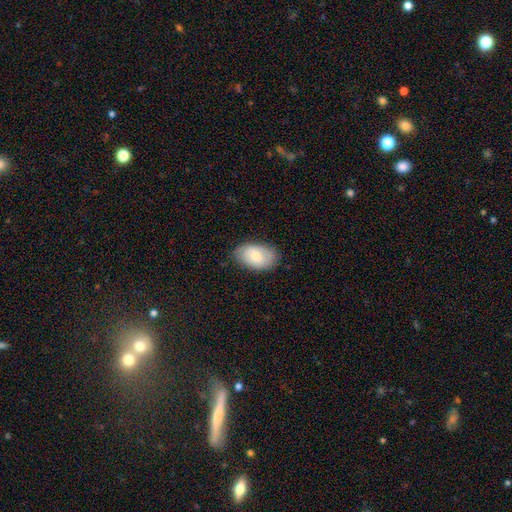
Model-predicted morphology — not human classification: This appears to be a smooth galaxy with no disk features (75%) that is in between round and cigar-shaped (92%). Merging: none (80%).